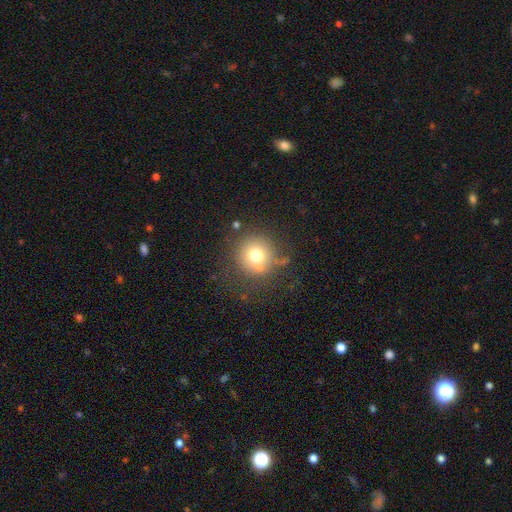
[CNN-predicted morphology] smooth 71%, featured or disk 15%, star or artifact 14%. Down the decision tree: how rounded — round (93%); merging — none (73%).